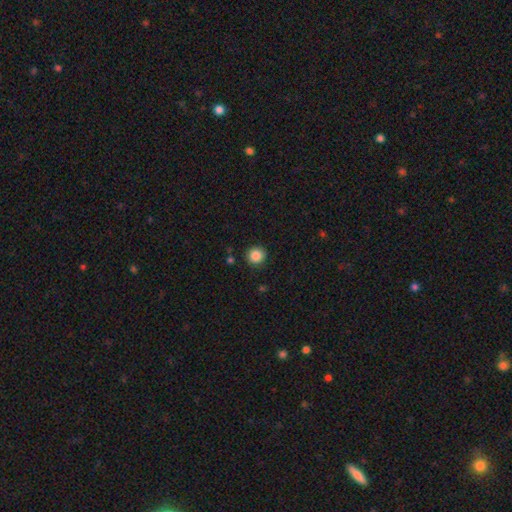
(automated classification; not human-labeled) This appears to be a smooth galaxy with no disk features (87%) that is round (93%). Merging: none (91%).